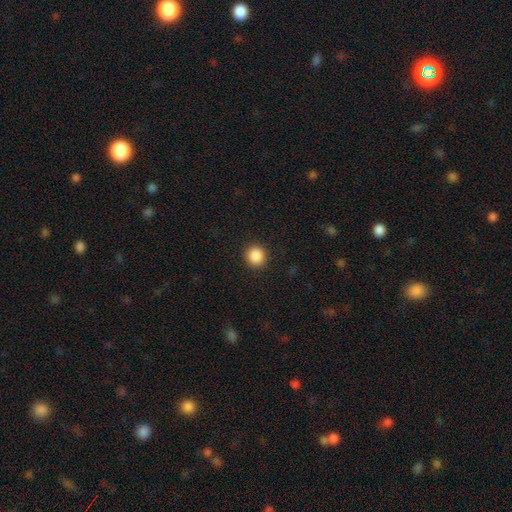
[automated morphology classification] This appears to be a smooth galaxy with no disk features (88%) that is round (90%). Merging: none (92%).